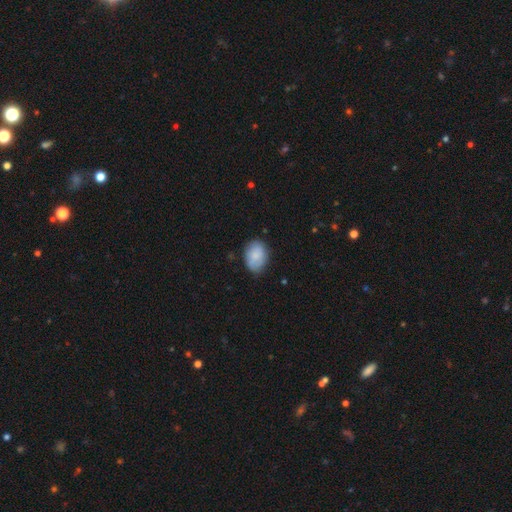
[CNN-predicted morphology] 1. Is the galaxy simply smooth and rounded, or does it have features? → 81% smooth, 12% featured or disk, 6% star or artifact.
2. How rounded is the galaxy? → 79% in between, 20% round, 1% cigar-shaped.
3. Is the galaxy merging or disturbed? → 77% none, 18% minor disturbance, 3% major disturbance, 1% merger.